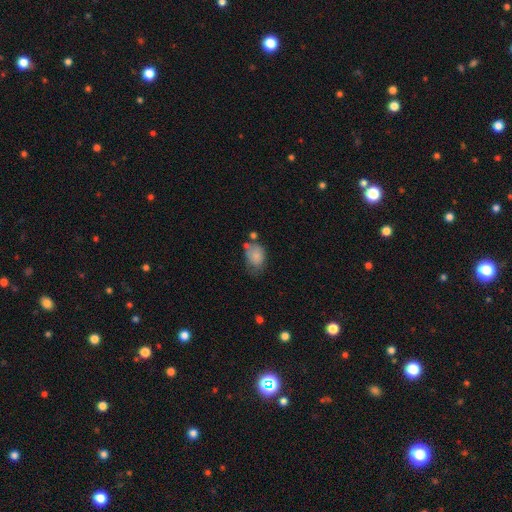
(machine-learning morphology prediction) smooth 80%, featured or disk 11%, star or artifact 9%. Down the decision tree: how rounded — in between (76%); merging — none (38%).